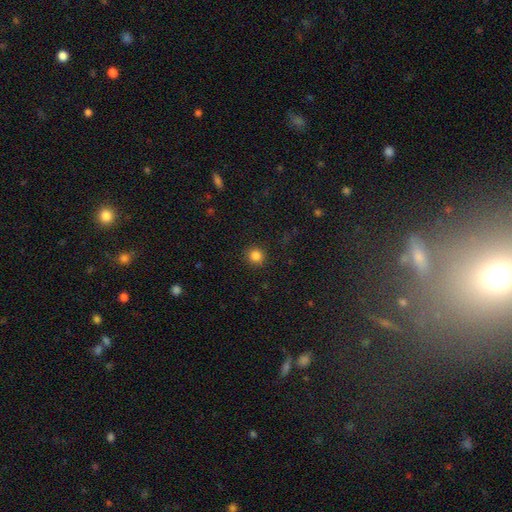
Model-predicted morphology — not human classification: type=smooth (84%); roundness=round (92%); merging=none (90%).